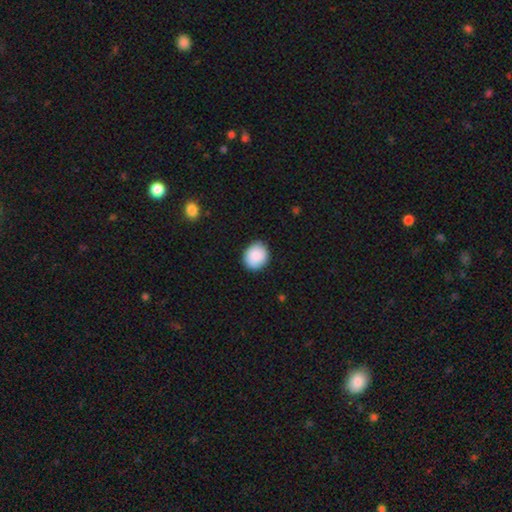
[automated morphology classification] A smooth galaxy with no disk features (89%) that is round (74%). Merging: none (87%).